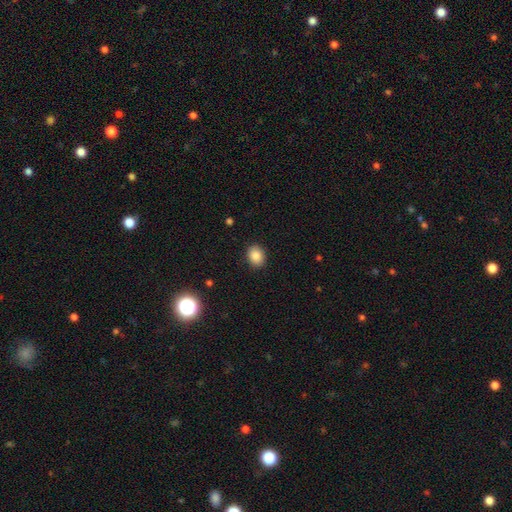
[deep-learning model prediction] The model was most divided on "how rounded": in between: 55%, round: 44%, cigar-shaped: 1%. More confident: merging — none (89%); smooth or featured — smooth (86%).